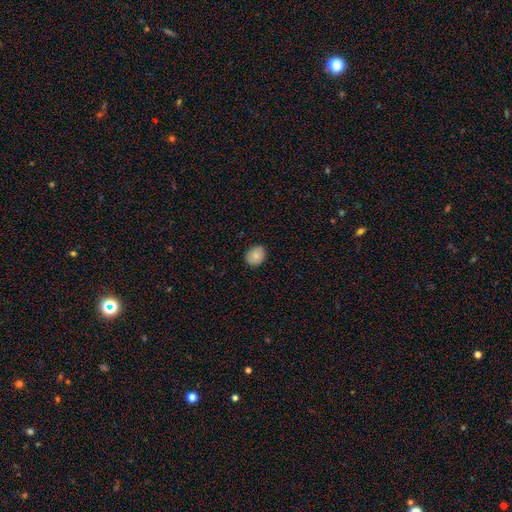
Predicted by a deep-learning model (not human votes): The model was most divided on "how rounded": round: 56%, in between: 43%, cigar-shaped: 1%. More confident: merging — none (87%); smooth or featured — smooth (83%).